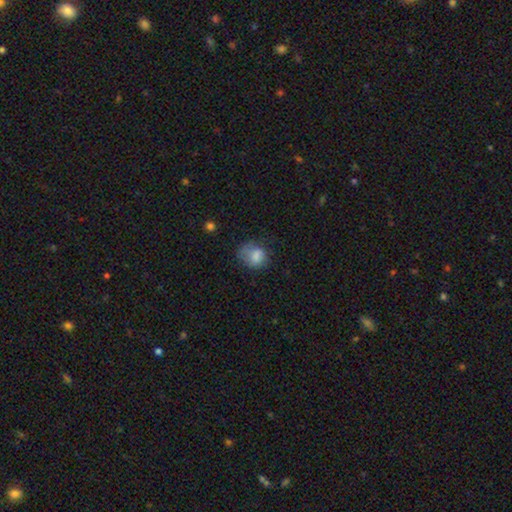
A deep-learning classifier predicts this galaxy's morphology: smooth 78%, featured or disk 12%, star or artifact 9%. Down the decision tree: how rounded — round (54%); merging — none (43%).